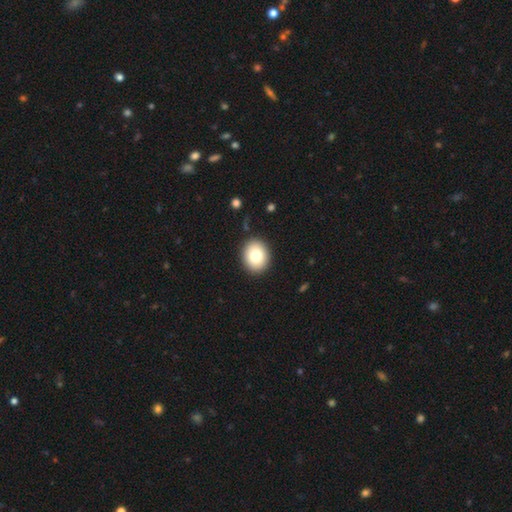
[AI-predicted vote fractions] smooth 79%, featured or disk 13%, star or artifact 9%. Down the decision tree: how rounded — round (60%); merging — none (90%).